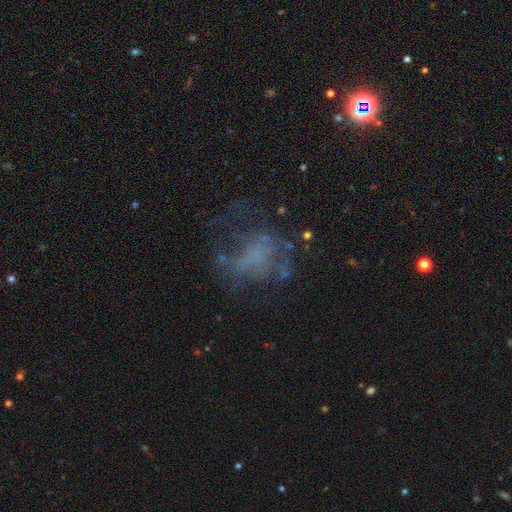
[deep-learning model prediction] This is possibly a featured or disk galaxy (48%). Merging: possibly none (46%).